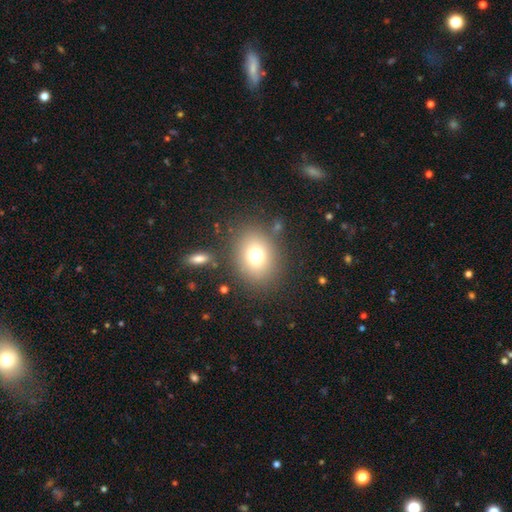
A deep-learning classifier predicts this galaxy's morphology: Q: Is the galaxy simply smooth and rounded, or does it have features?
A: smooth — 74%.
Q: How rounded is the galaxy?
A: round — 54%.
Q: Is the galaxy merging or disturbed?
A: none — 81%.